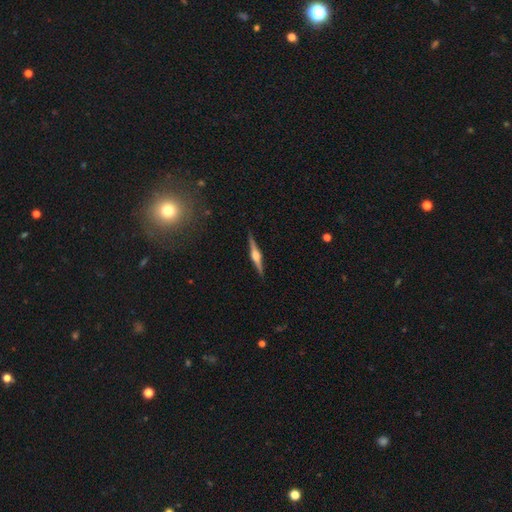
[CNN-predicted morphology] The model was most divided on "smooth or featured": featured or disk: 80%, smooth: 15%, star or artifact: 5%. More confident: edge-on disk — yes (98%); edge-on bulge — rounded (94%); merging — none (91%).